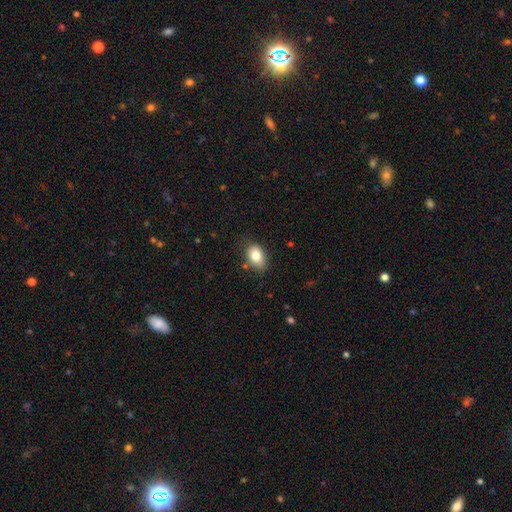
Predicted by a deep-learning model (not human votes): The model was most divided on "merging": none: 77%, minor disturbance: 17%, major disturbance: 3%, merger: 2%. More confident: how rounded — in between (85%); smooth or featured — smooth (82%).